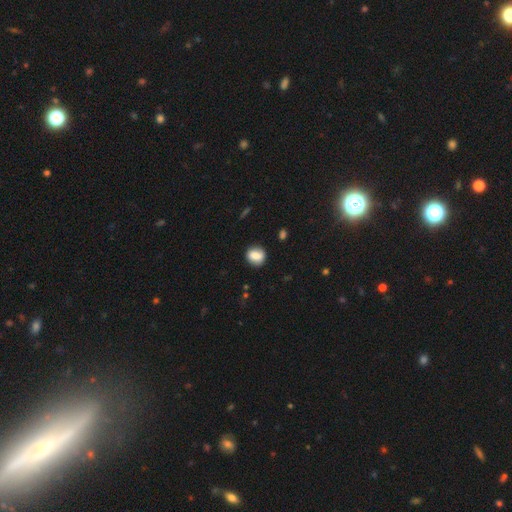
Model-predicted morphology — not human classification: Q: Smooth or featured?
A: smooth (81%); runner-up: featured or disk (11%)
Q: How rounded?
A: round (59%); runner-up: in between (39%)
Q: Merging?
A: none (80%); runner-up: minor disturbance (14%)